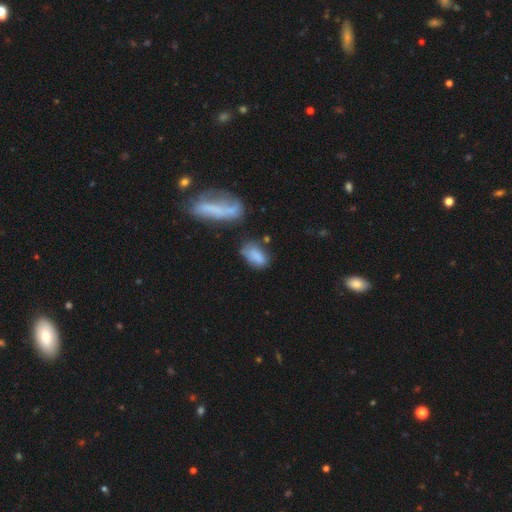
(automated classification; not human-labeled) smooth_or_featured: smooth (p=0.78) [alt: featured or disk p=0.13]
how_rounded: in between (p=0.90) [alt: round p=0.06]
merging: none (p=0.51) [alt: minor disturbance p=0.27]